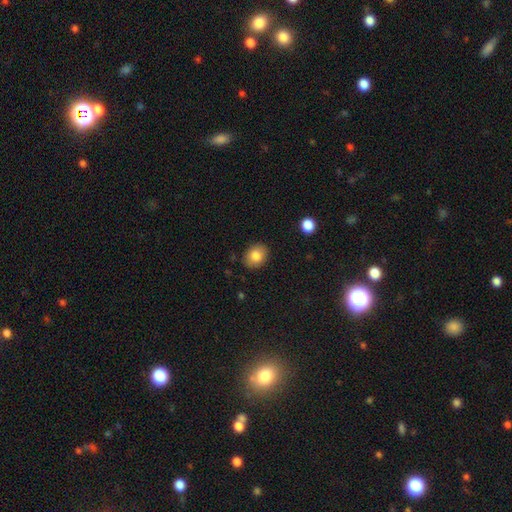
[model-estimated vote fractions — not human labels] smooth 83%, featured or disk 9%, star or artifact 8%. Down the decision tree: how rounded — in between (54%); merging — none (87%).